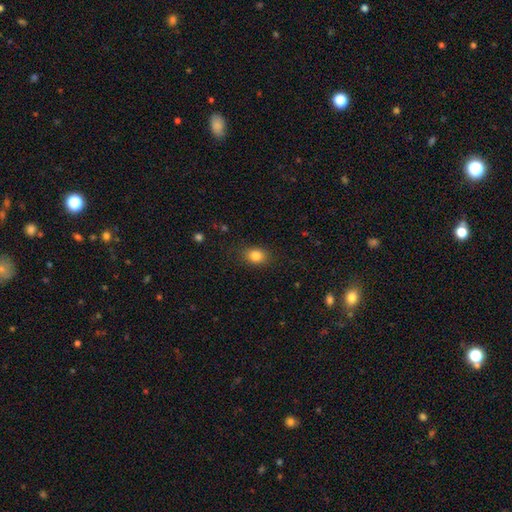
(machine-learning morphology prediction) The model was most divided on "how rounded": in between: 61%, round: 38%, cigar-shaped: 1%. More confident: merging — none (84%); smooth or featured — smooth (83%).